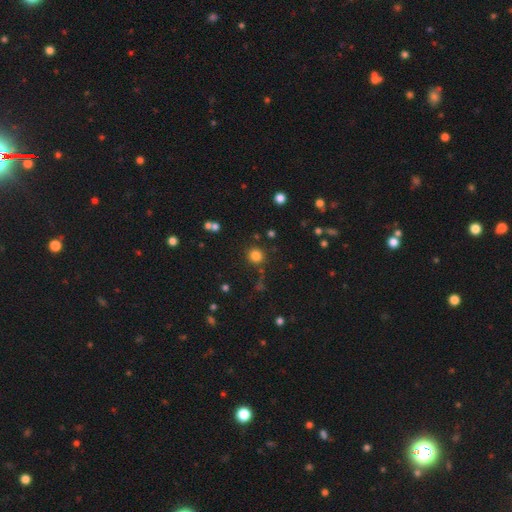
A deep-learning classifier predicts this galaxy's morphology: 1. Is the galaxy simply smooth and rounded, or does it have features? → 80% smooth, 15% star or artifact, 5% featured or disk.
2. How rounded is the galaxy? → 93% round, 6% in between, 1% cigar-shaped.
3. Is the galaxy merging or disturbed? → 85% none, 7% minor disturbance, 5% merger, 3% major disturbance.